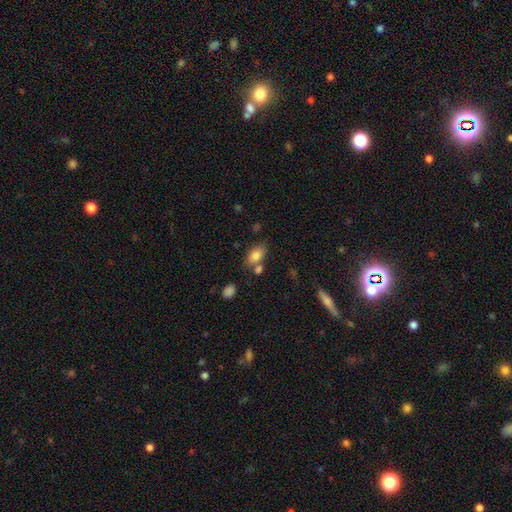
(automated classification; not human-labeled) The model was most divided on "merging": none: 62%, merger: 18%, minor disturbance: 15%, major disturbance: 5%. More confident: how rounded — in between (88%); smooth or featured — smooth (82%).